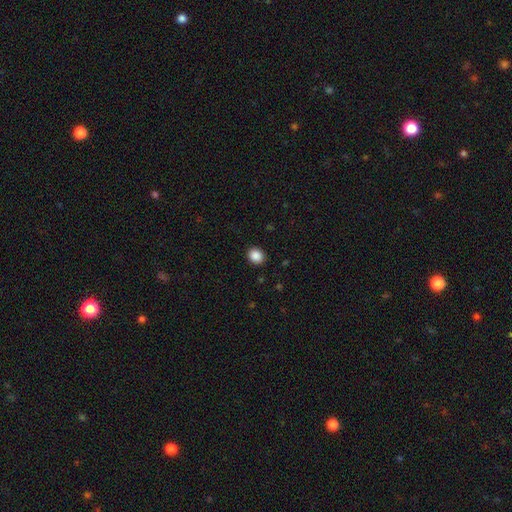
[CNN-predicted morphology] This appears to be a smooth galaxy with no disk features (88%) that is round (69%). Merging: none (91%).